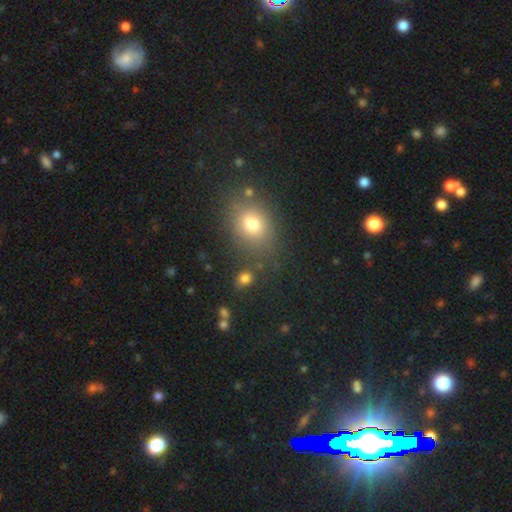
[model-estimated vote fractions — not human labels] smooth 55%, star or artifact 35%, featured or disk 10%. Down the decision tree: how rounded — round (55%); merging — none (84%).